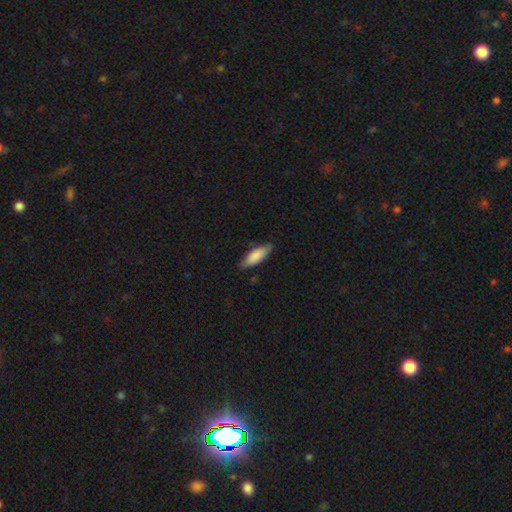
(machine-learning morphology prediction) Smooth or featured: smooth — 84% (featured or disk — 11%)
How rounded: in between — 66% (cigar-shaped — 33%)
Merging: none — 76% (minor disturbance — 19%)